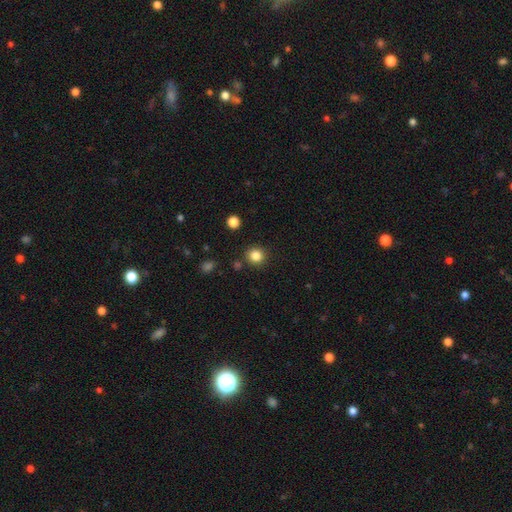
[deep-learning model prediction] Q: Smooth or featured?
A: smooth (84%); runner-up: star or artifact (12%)
Q: How rounded?
A: round (90%); runner-up: in between (9%)
Q: Merging?
A: none (88%); runner-up: minor disturbance (7%)